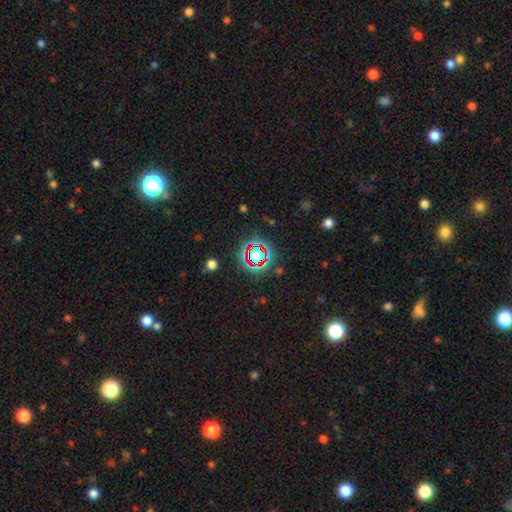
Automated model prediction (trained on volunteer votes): star or artifact 69%, smooth 20%, featured or disk 11%.